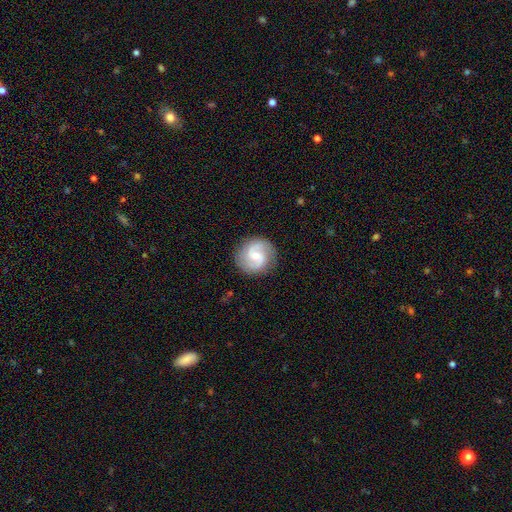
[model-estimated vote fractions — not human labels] This is clearly a featured or disk galaxy (80%). It is clearly not viewed edge-on (98%). Bar: possibly weak (48%). Spiral arm pattern: clearly yes (95%). Spiral arm count: clearly 2 (91%). Spiral winding: possibly medium (52%). Central bulge: possibly small (51%). Merging: clearly none (87%).